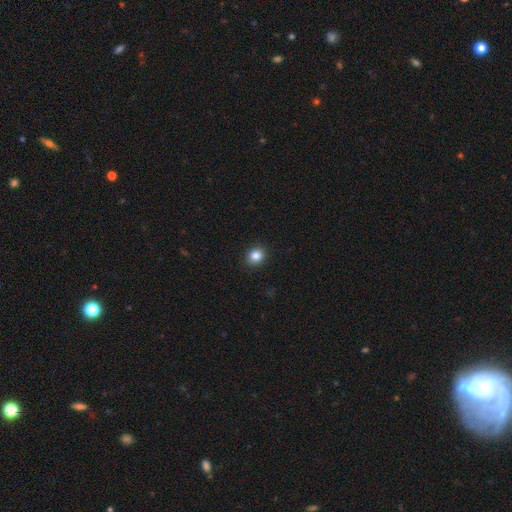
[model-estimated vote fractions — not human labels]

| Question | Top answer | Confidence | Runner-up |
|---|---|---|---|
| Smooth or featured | smooth | 86% | star or artifact (10%) |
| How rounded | round | 72% | in between (27%) |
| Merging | none | 91% | minor disturbance (6%) |